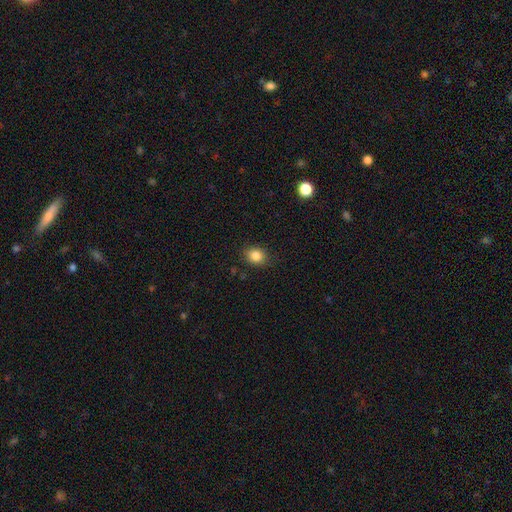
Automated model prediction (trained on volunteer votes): Smooth or featured? smooth (85%)
How rounded? round (59%)
Merging? none (86%)